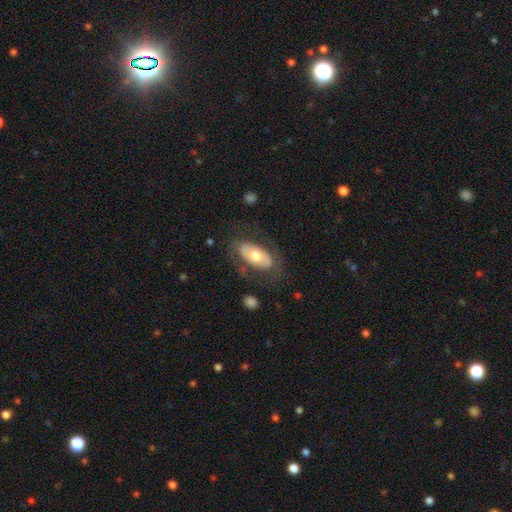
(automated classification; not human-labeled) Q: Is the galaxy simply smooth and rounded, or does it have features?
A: featured or disk — 48%.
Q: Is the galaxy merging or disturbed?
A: none — 70%.